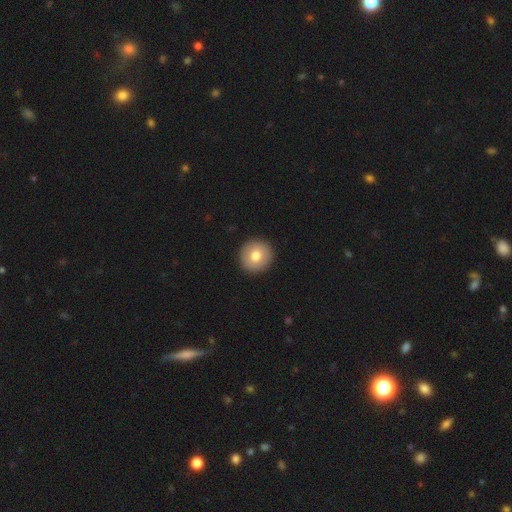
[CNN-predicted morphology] This is likely a smooth galaxy (77%). How rounded: clearly round (93%). Merging: clearly none (93%).